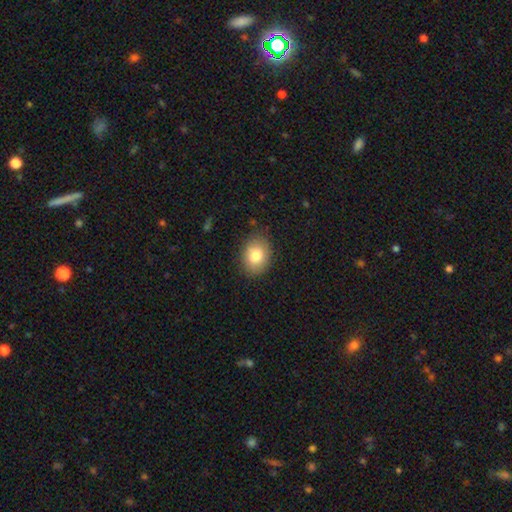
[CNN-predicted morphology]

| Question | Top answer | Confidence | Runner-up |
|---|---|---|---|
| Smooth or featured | smooth | 80% | featured or disk (11%) |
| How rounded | in between | 57% | round (42%) |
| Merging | none | 85% | minor disturbance (12%) |